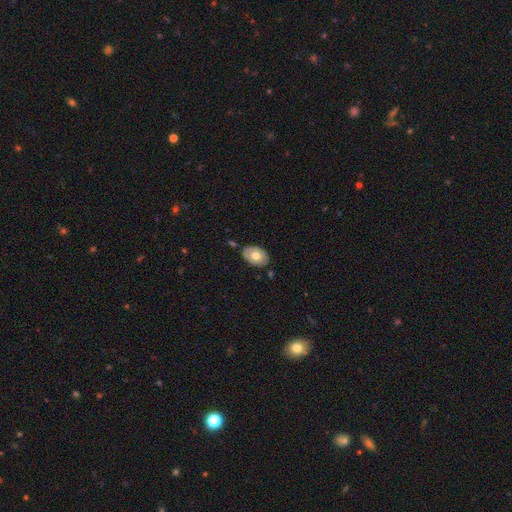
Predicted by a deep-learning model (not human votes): Smooth or featured: smooth — 60% (featured or disk — 34%)
How rounded: in between — 85% (round — 14%)
Merging: none — 77% (minor disturbance — 15%)